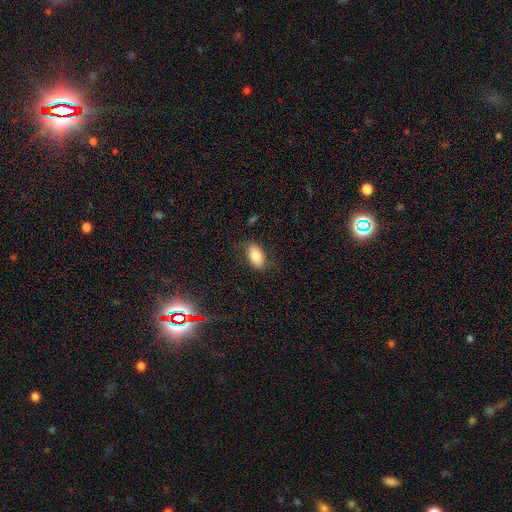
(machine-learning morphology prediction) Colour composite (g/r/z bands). It shows a smooth galaxy with no disk features (78%) that is in between round and cigar-shaped (93%). Merging: none (78%).